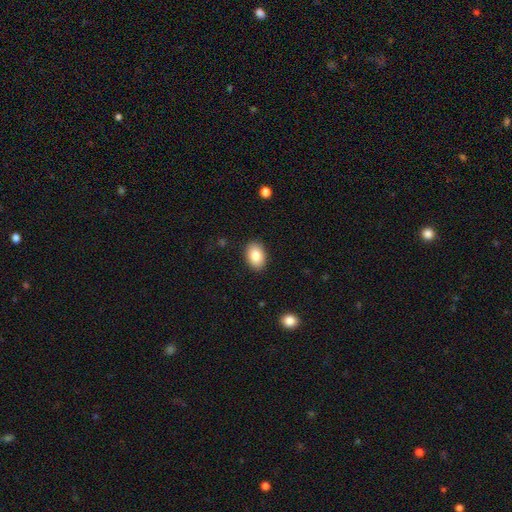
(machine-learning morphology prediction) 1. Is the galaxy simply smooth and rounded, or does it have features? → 85% smooth, 8% featured or disk, 7% star or artifact.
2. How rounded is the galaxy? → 83% in between, 16% round, 1% cigar-shaped.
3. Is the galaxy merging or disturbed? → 88% none, 8% minor disturbance, 2% major disturbance, 1% merger.